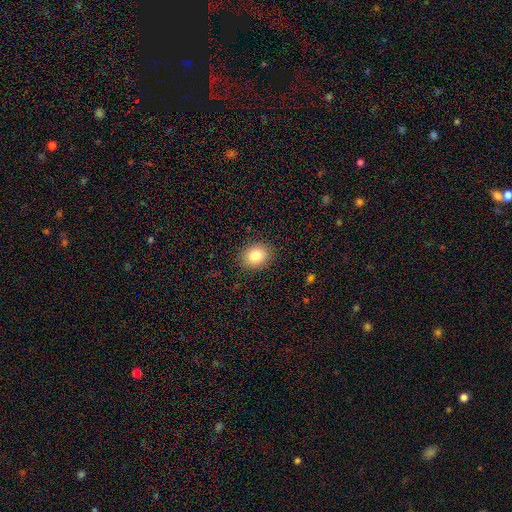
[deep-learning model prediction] Smooth or featured: smooth — 83% (star or artifact — 9%)
How rounded: round — 52% (in between — 47%)
Merging: none — 89% (minor disturbance — 8%)